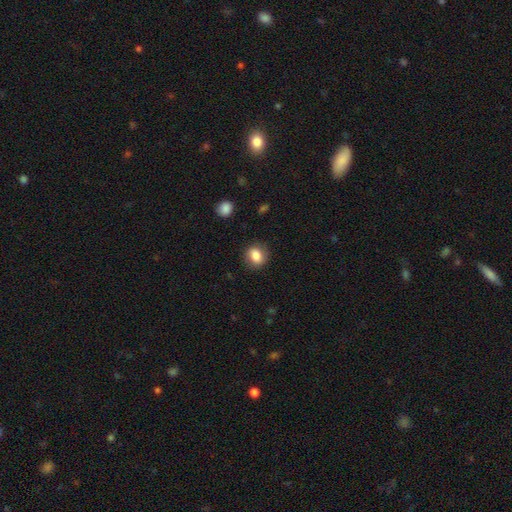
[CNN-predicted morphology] The model was most divided on "how rounded": round: 54%, in between: 44%, cigar-shaped: 1%. More confident: merging — none (84%); smooth or featured — smooth (83%).